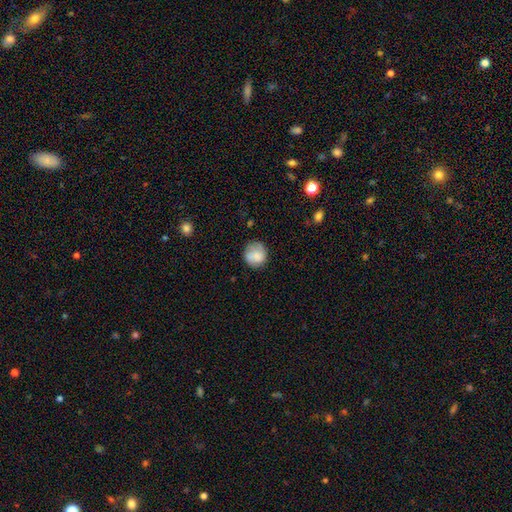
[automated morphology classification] Smooth or featured: smooth — 76% (featured or disk — 16%)
How rounded: round — 87% (in between — 12%)
Merging: none — 72% (minor disturbance — 20%)